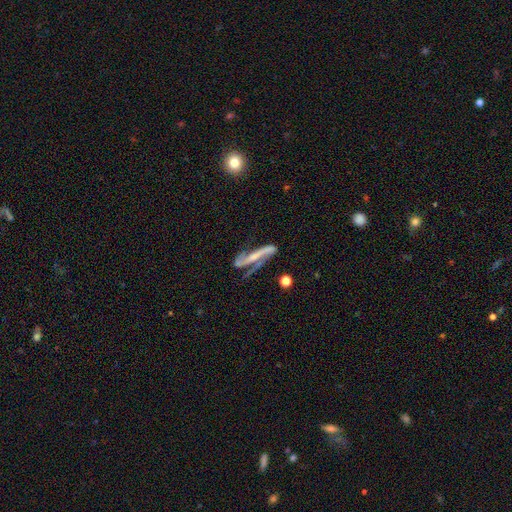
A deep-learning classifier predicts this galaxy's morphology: Smooth or featured? Predicted: featured or disk (p=0.76). Edge-on disk? Predicted: no (p=0.67). Bar? Predicted: strong (p=0.43). Spiral arms? Predicted: yes (p=0.83). Bulge size? Predicted: small (p=0.54). Merging? Predicted: none (p=0.46).